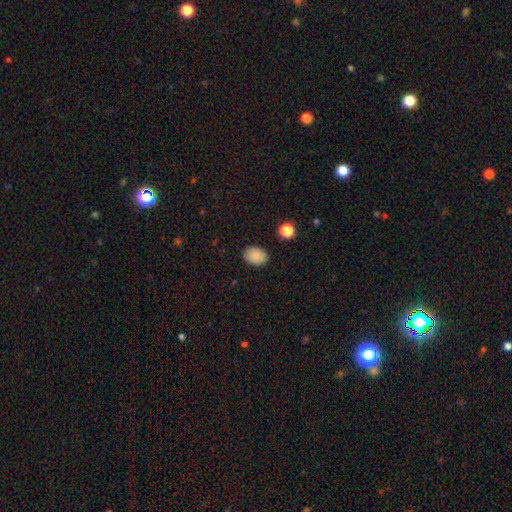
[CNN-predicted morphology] Smooth or featured? Predicted: smooth (p=0.87). How rounded? Predicted: in between (p=0.75). Merging? Predicted: none (p=0.88).